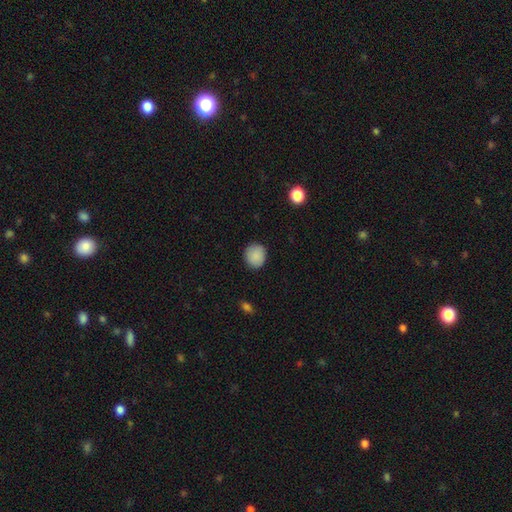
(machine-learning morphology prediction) Smooth or featured? Predicted: smooth (p=0.89). How rounded? Predicted: round (p=0.83). Merging? Predicted: none (p=0.87).